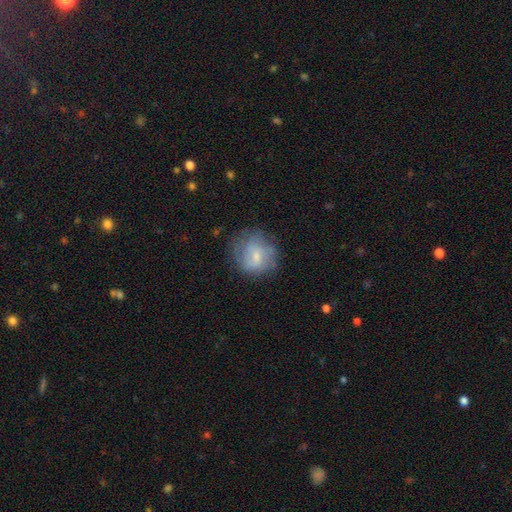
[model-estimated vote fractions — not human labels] Smooth or featured? smooth (56%)
How rounded? round (75%)
Merging? none (60%)